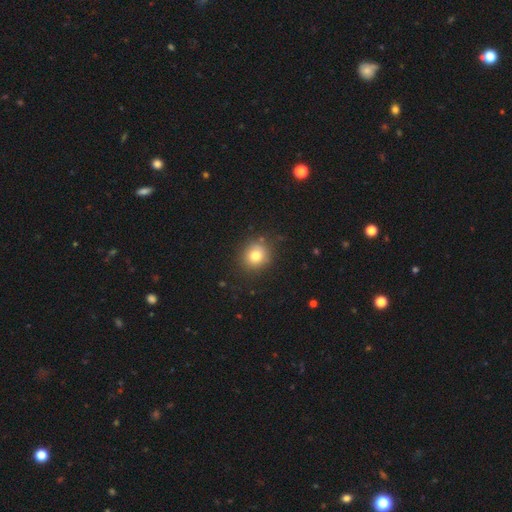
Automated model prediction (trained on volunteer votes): Smooth or featured: smooth — 78% (star or artifact — 12%)
How rounded: round — 86% (in between — 13%)
Merging: none — 85% (minor disturbance — 10%)